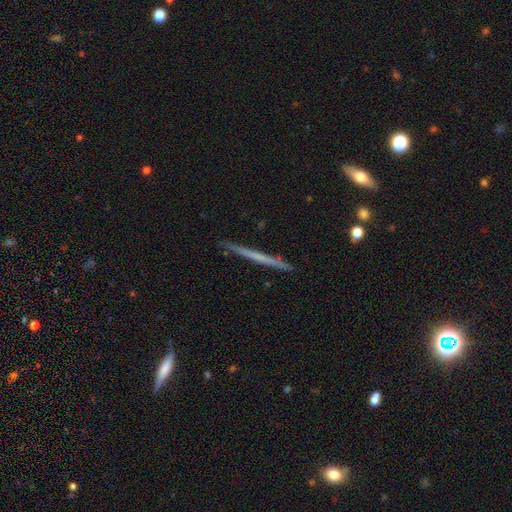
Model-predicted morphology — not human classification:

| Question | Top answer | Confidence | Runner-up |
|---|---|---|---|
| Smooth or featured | featured or disk | 55% | smooth (38%) |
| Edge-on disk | yes | 97% | no (3%) |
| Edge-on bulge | none | 81% | rounded (14%) |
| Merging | none | 89% | minor disturbance (8%) |